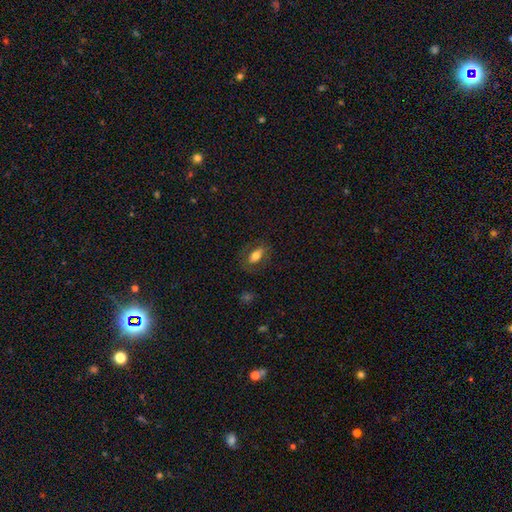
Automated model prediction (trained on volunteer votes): Smooth or featured: smooth — 68% (featured or disk — 24%)
How rounded: in between — 86% (round — 7%)
Merging: none — 75% (minor disturbance — 15%)